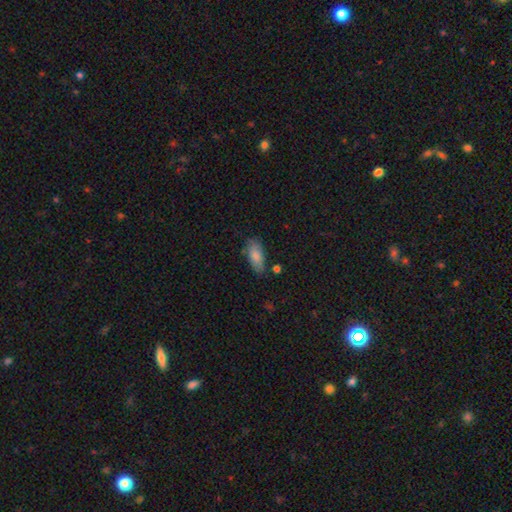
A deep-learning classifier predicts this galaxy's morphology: A smooth galaxy with no disk features (83%) that is in between round and cigar-shaped (85%). Merging: none (70%).